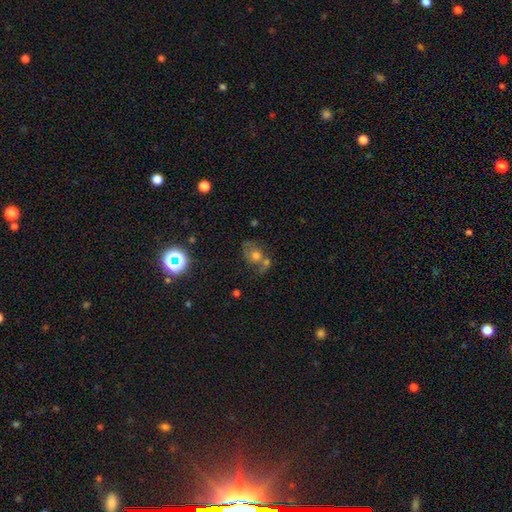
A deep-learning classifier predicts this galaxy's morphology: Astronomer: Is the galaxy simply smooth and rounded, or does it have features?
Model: smooth — 54% (runner-up: featured or disk, 30%).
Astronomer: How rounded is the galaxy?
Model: round — 50% (runner-up: in between, 48%).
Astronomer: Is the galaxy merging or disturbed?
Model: merger — 39% (runner-up: none, 32%).